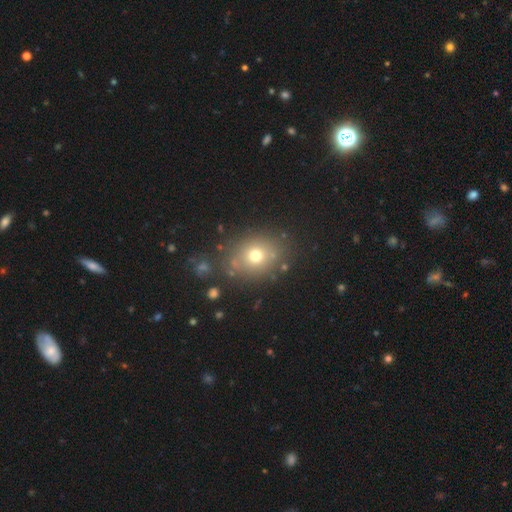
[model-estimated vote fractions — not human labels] This appears to be a smooth galaxy with no disk features (69%) that is round (59%). Merging: none (79%).